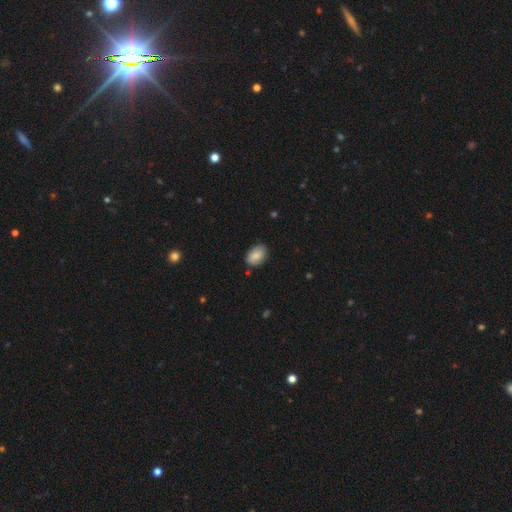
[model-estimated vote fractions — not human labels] Smooth or featured? smooth (82%)
How rounded? in between (86%)
Merging? none (80%)